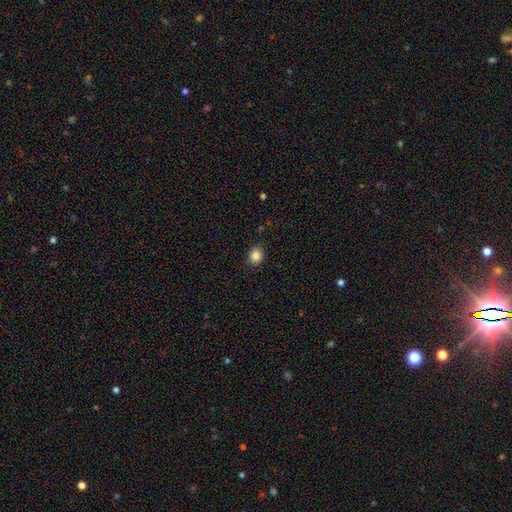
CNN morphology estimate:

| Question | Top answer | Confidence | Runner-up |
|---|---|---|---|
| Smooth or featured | smooth | 85% | star or artifact (10%) |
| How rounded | round | 56% | in between (44%) |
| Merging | none | 87% | minor disturbance (10%) |